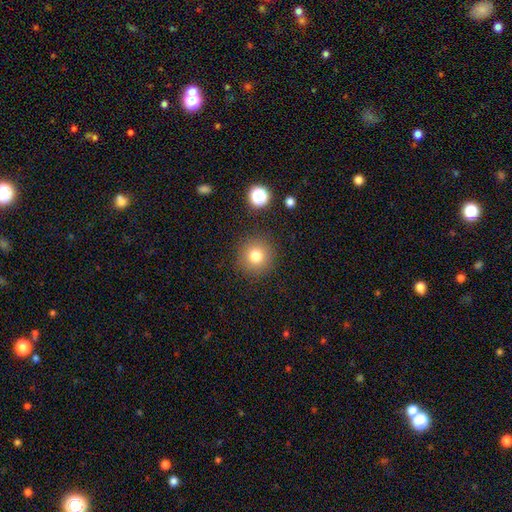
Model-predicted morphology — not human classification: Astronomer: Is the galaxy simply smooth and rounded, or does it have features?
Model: smooth — 78%.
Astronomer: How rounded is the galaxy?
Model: round — 94%.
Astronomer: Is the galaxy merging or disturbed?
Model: none — 89%.